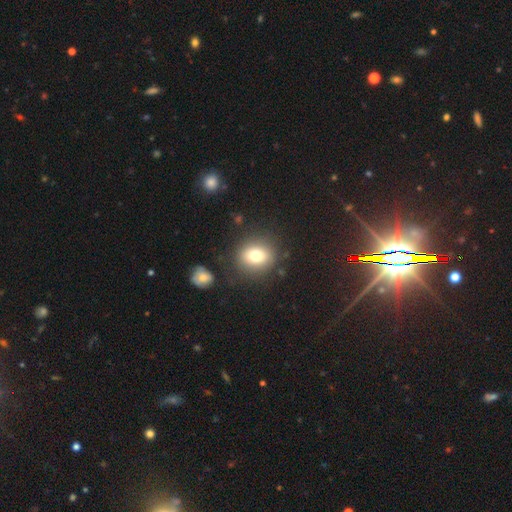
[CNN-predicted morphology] smooth 75%, featured or disk 13%, star or artifact 12%. Down the decision tree: how rounded — round (75%); merging — none (83%).